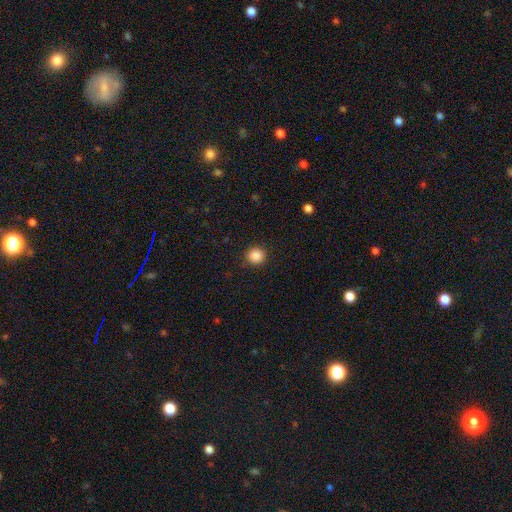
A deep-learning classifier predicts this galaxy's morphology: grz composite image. It shows a smooth galaxy with no disk features (87%) that is round (92%). Merging: none (90%).